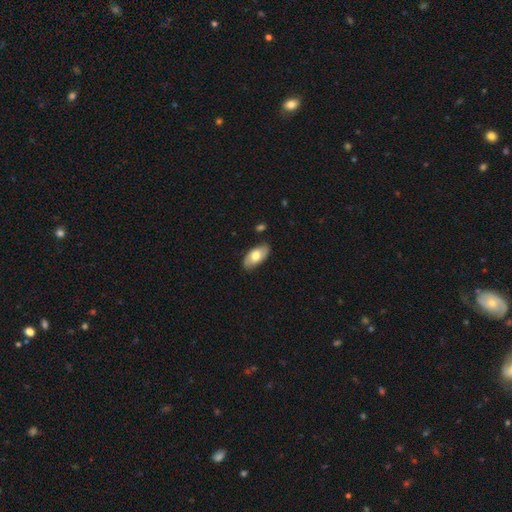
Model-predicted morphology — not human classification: The model was most divided on "smooth or featured": smooth: 62%, featured or disk: 32%, star or artifact: 6%. More confident: how rounded — in between (93%); merging — none (83%).